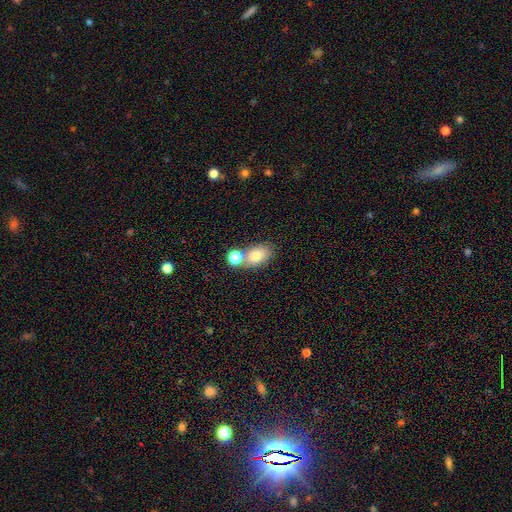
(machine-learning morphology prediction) A smooth galaxy with no disk features (76%) that is in between round and cigar-shaped (81%).

Vote fractions:
- Smooth or featured? smooth: 76% / featured or disk: 14% / star or artifact: 11%
- How rounded? in between: 81% / round: 17% / cigar-shaped: 2%
- Merging? none: 58% / merger: 26% / minor disturbance: 12% / major disturbance: 4%